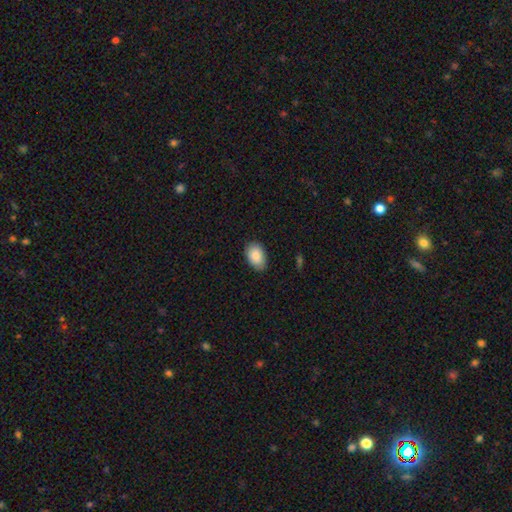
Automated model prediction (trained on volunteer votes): This is clearly a smooth galaxy (88%). How rounded: clearly in between (89%). Merging: clearly none (82%).